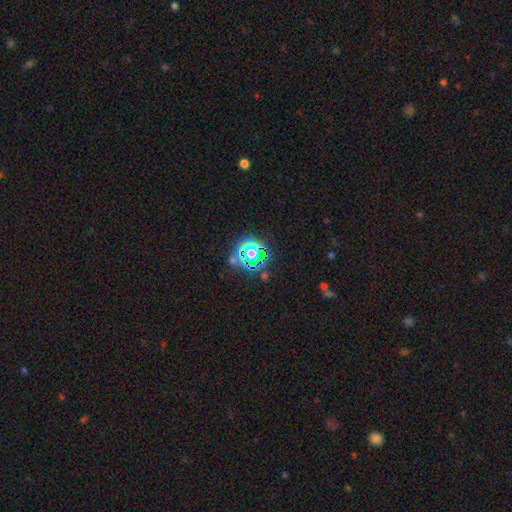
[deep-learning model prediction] Smooth or featured? star or artifact (71%)